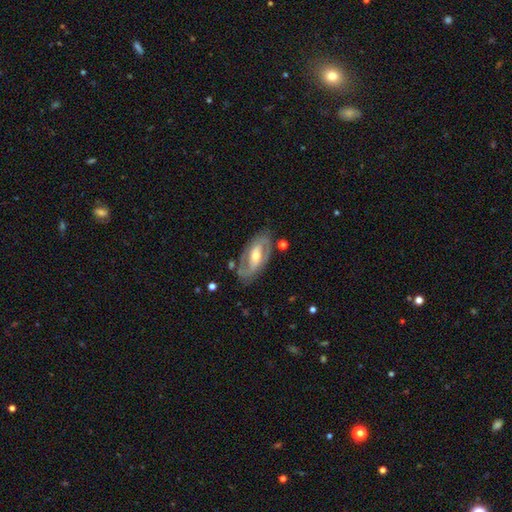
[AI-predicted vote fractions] smooth_or_featured: featured or disk (p=0.80) [alt: smooth p=0.15]
disk_edge_on: no (p=0.93) [alt: yes p=0.07]
bar: strong (p=0.39) [alt: weak p=0.35]
has_spiral_arms: yes (p=0.84) [alt: no p=0.16]
spiral_winding: medium (p=0.45) [alt: tight p=0.38]
spiral_arm_count: 2 (p=0.83) [alt: can't tell p=0.10]
bulge_size: moderate (p=0.61) [alt: small p=0.32]
merging: none (p=0.75) [alt: minor disturbance p=0.16]